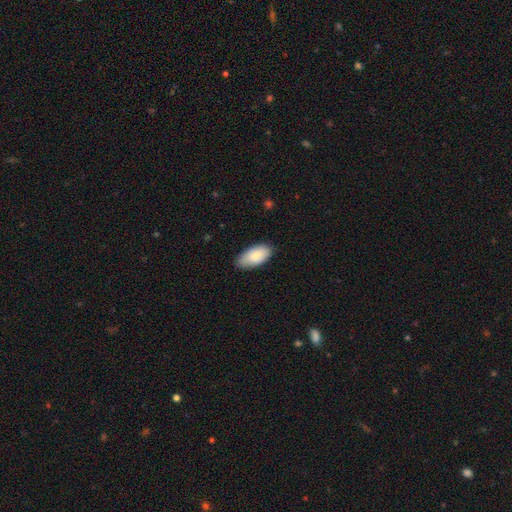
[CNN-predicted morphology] type=smooth (87%); roundness=in between (94%); merging=none (79%).